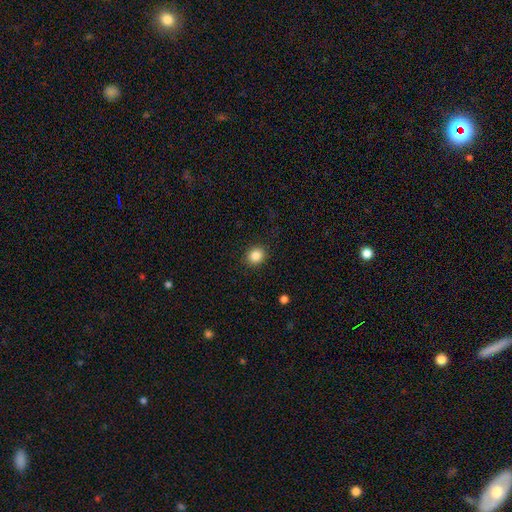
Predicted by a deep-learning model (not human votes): Q: Smooth or featured?
A: smooth (86%); runner-up: star or artifact (10%)
Q: How rounded?
A: round (77%); runner-up: in between (23%)
Q: Merging?
A: none (90%); runner-up: minor disturbance (7%)